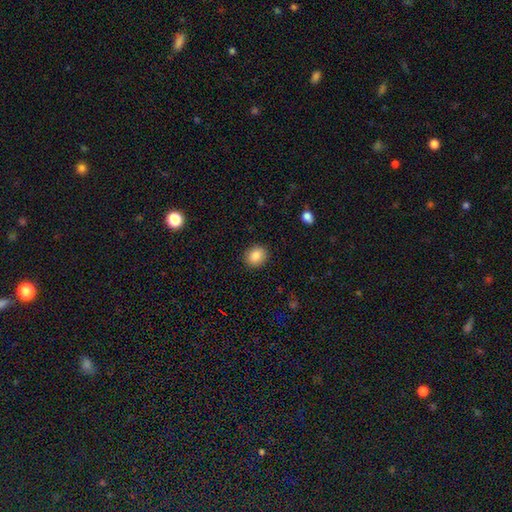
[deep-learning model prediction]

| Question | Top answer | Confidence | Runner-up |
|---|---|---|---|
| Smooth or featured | smooth | 85% | star or artifact (9%) |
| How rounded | round | 71% | in between (28%) |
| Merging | none | 90% | minor disturbance (7%) |